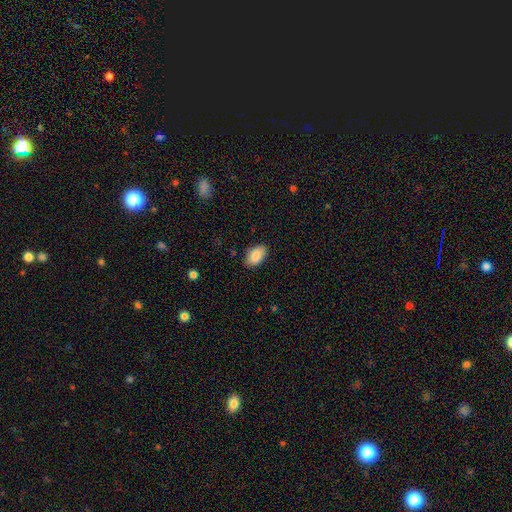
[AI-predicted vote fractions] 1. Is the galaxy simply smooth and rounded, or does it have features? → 87% smooth, 7% star or artifact, 6% featured or disk.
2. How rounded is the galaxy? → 92% in between, 6% round, 2% cigar-shaped.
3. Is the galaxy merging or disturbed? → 83% none, 13% minor disturbance, 3% major disturbance, 1% merger.